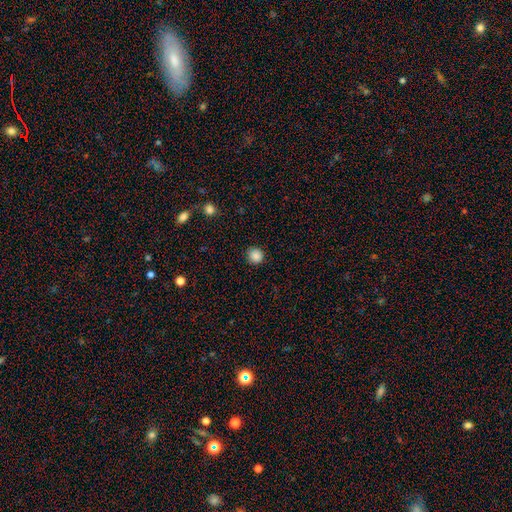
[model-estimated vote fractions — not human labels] smooth-or-featured: smooth: 87% | star or artifact: 10% | featured or disk: 3%
  how-rounded: round: 92% | in between: 7% | cigar-shaped: 1%
  merging: none: 90% | minor disturbance: 7% | major disturbance: 2% | merger: 1%